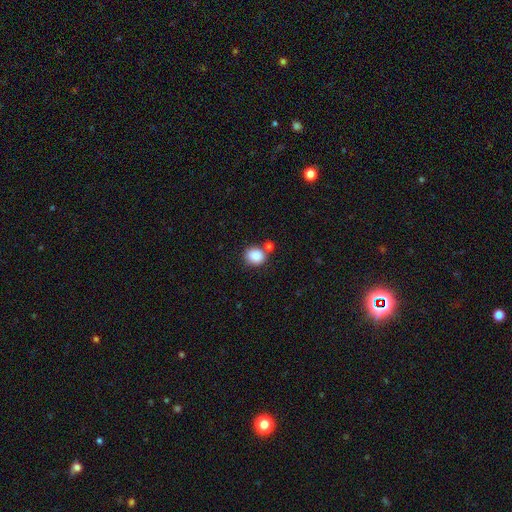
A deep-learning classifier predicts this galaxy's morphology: The model was most divided on "how rounded": round: 72%, in between: 27%, cigar-shaped: 1%. More confident: smooth or featured — smooth (87%); merging — none (67%).